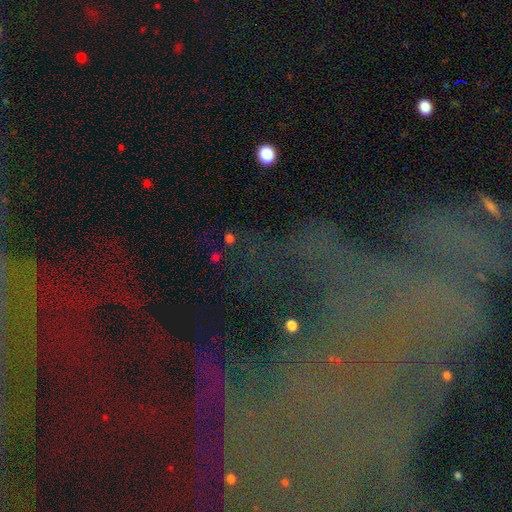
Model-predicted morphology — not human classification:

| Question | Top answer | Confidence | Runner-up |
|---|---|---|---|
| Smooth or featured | star or artifact | 74% | featured or disk (15%) |